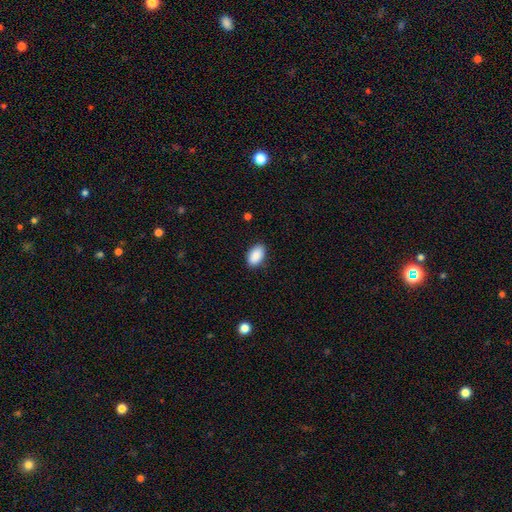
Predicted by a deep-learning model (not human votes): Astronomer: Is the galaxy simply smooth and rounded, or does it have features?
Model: smooth — 90%.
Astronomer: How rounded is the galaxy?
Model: in between — 93%.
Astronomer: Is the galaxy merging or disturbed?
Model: none — 87%.